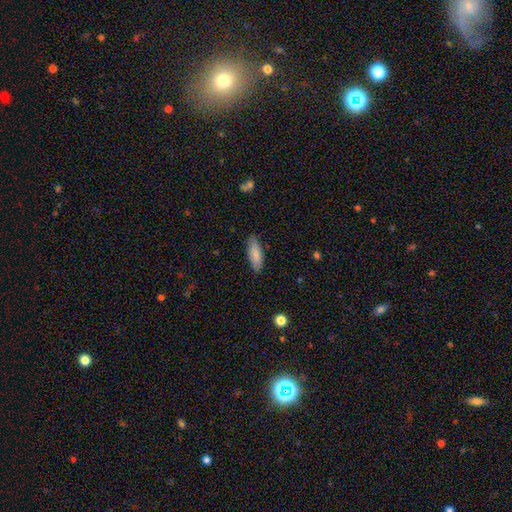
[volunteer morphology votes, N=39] Smooth or featured: smooth — 90% (featured or disk — 8%)
How rounded: in between — 57% (cigar-shaped — 43%)
Merging: none — 79% (minor disturbance — 13%)